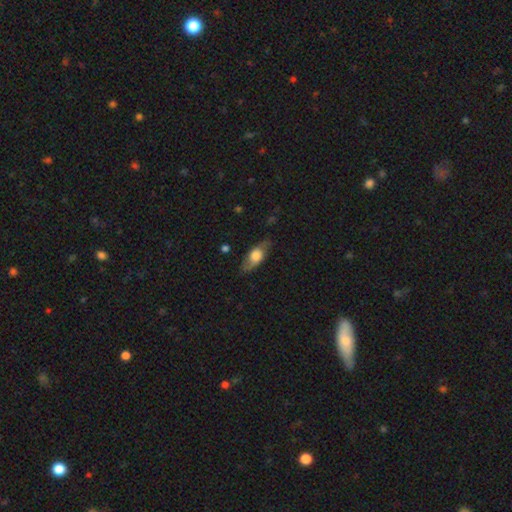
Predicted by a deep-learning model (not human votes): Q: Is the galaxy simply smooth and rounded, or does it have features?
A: smooth — 53%.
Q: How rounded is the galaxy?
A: in between — 73%.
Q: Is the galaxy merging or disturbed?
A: none — 77%.